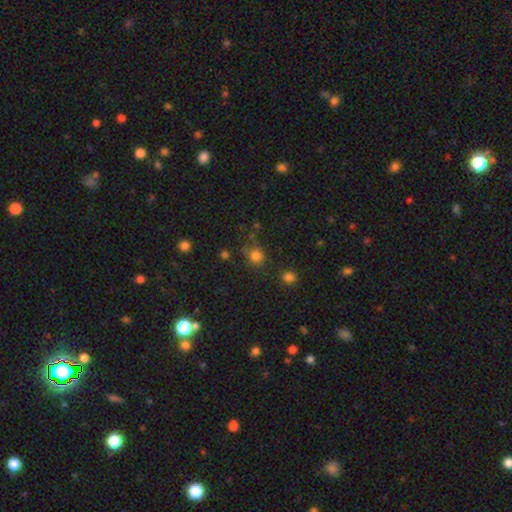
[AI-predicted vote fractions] Morphology: type=smooth (78%); roundness=round (85%); merging=none (70%).